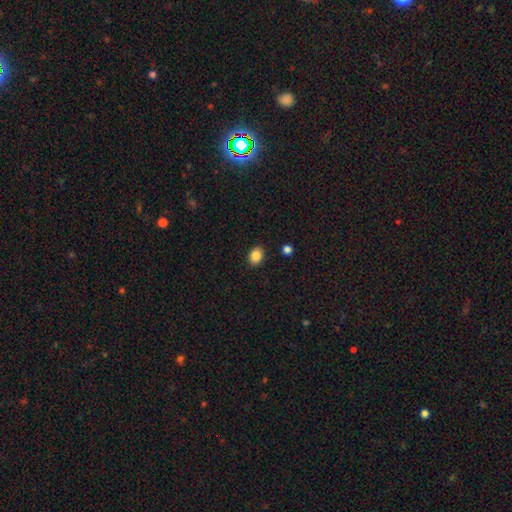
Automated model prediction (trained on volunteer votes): Smooth or featured: smooth — 86% (star or artifact — 9%)
How rounded: in between — 58% (round — 41%)
Merging: none — 89% (minor disturbance — 7%)